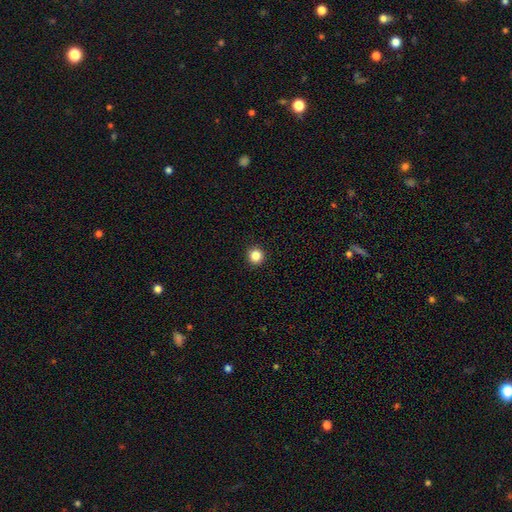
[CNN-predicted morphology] Smooth or featured?
  - smooth: 85% *
  - star or artifact: 11%
  - featured or disk: 3%
How rounded?
  - round: 94% *
  - in between: 5%
  - cigar-shaped: 1%
Merging?
  - none: 93% *
  - minor disturbance: 4%
  - major disturbance: 2%
  - merger: 1%